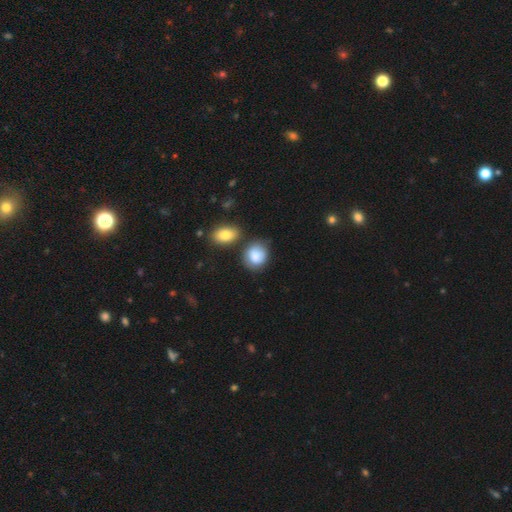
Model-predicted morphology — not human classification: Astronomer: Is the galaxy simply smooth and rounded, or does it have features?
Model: smooth — 85%.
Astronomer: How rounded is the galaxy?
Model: round — 65%.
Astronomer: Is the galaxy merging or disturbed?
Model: none — 64%.